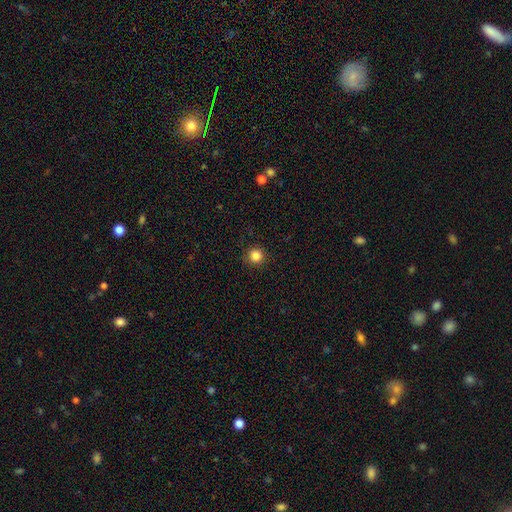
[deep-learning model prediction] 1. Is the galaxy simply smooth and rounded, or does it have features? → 85% smooth, 12% star or artifact, 4% featured or disk.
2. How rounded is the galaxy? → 95% round, 4% in between, 1% cigar-shaped.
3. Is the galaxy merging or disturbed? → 92% none, 5% minor disturbance, 2% major disturbance, 1% merger.